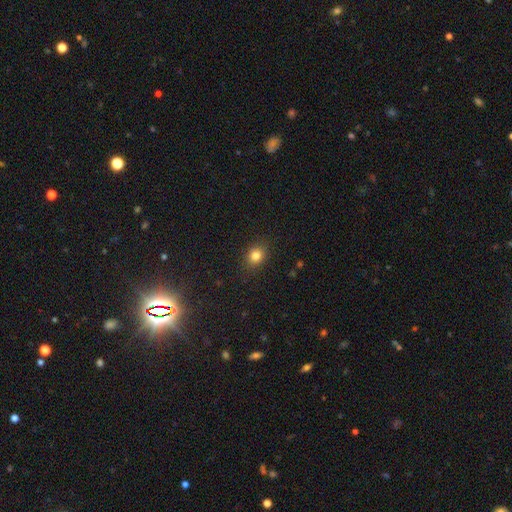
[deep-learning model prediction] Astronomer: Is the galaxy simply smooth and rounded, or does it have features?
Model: smooth — 82%.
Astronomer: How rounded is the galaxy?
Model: round — 62% (runner-up: in between, 37%).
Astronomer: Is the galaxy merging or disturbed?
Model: none — 87%.